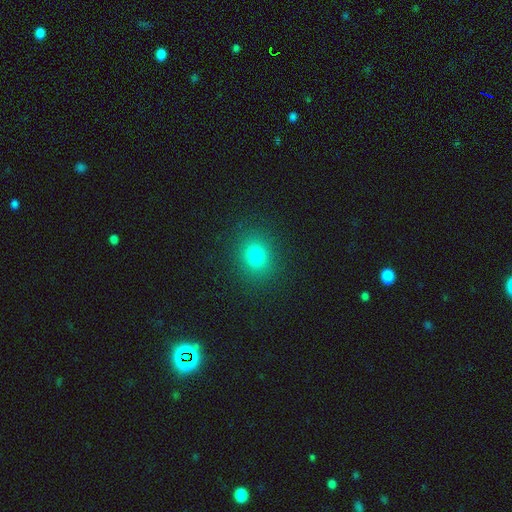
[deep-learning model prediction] Morphology: type=smooth (79%); roundness=round (69%); merging=none (88%).